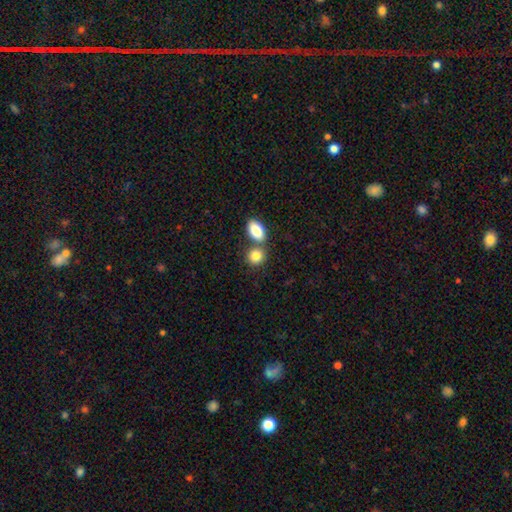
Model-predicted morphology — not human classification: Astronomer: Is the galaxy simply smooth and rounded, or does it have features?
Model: smooth — 85%.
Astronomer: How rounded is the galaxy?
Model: round — 50% (runner-up: in between, 48%).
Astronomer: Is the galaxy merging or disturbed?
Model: none — 49% (runner-up: merger, 40%).